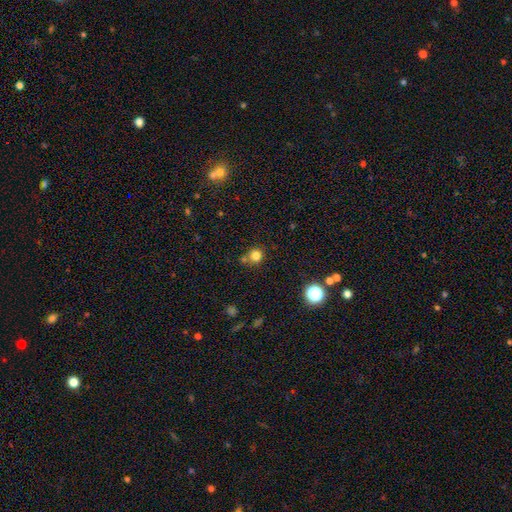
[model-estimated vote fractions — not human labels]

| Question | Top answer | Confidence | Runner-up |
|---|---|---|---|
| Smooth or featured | smooth | 79% | star or artifact (15%) |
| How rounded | round | 90% | in between (9%) |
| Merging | none | 67% | merger (18%) |